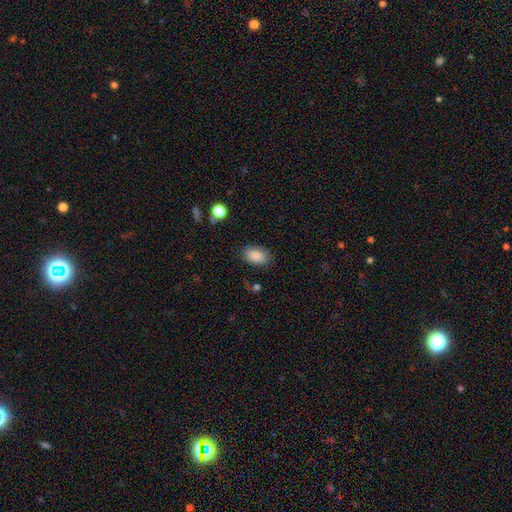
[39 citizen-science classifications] Morphology: type=smooth (90%); roundness=in between (91%); merging=none (75%).